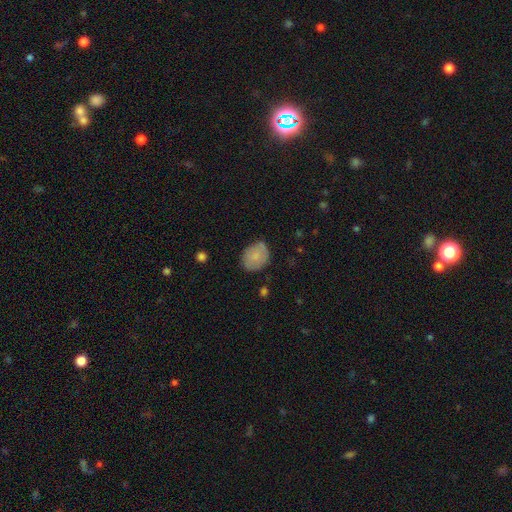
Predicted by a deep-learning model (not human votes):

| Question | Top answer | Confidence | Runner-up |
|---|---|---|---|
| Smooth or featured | smooth | 78% | featured or disk (15%) |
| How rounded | in between | 57% | round (42%) |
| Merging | none | 72% | minor disturbance (22%) |